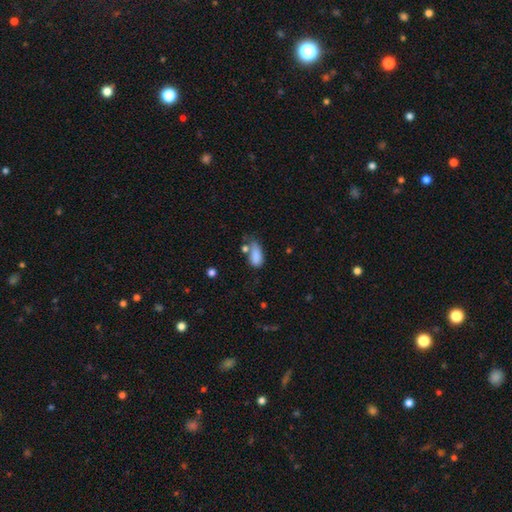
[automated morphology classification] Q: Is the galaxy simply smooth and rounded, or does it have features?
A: smooth — 82%.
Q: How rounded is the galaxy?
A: in between — 85%.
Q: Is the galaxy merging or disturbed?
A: none — 37%.